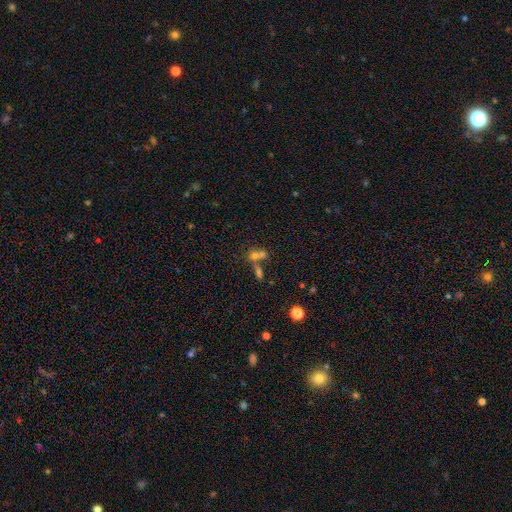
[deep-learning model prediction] Smooth or featured? smooth (52%)
How rounded? round (54%)
Merging? merger (53%)